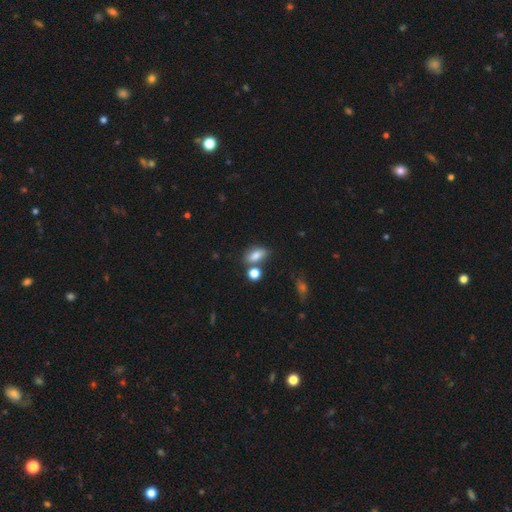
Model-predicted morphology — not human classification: Q: Smooth or featured?
A: smooth (80%); runner-up: star or artifact (11%)
Q: How rounded?
A: in between (83%); runner-up: round (10%)
Q: Merging?
A: none (59%); runner-up: merger (19%)